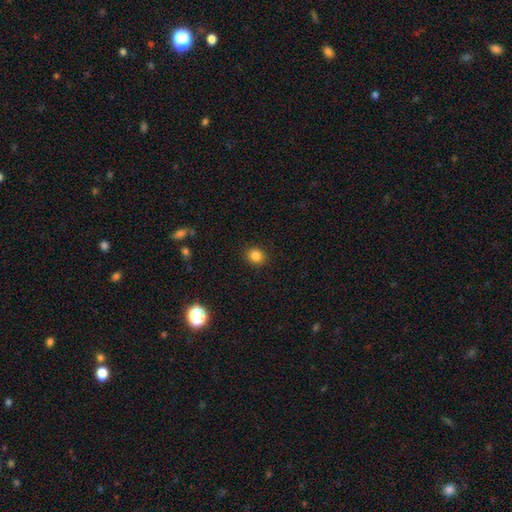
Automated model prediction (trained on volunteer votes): Overall: smooth (84%). How rounded: round (77%). Merging: none (90%).